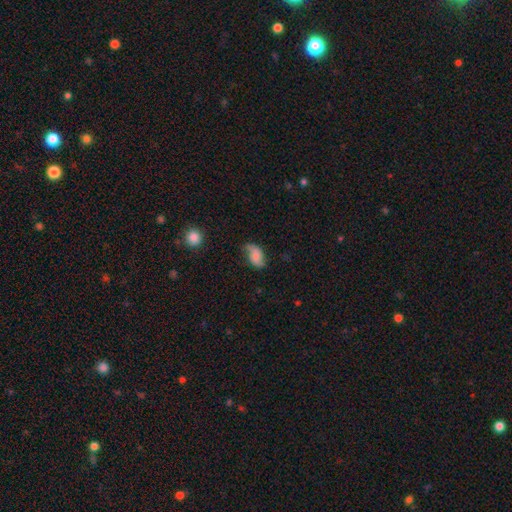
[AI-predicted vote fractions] smooth_or_featured: smooth (p=0.50) [alt: featured or disk p=0.41]
merging: none (p=0.57) [alt: minor disturbance p=0.30]